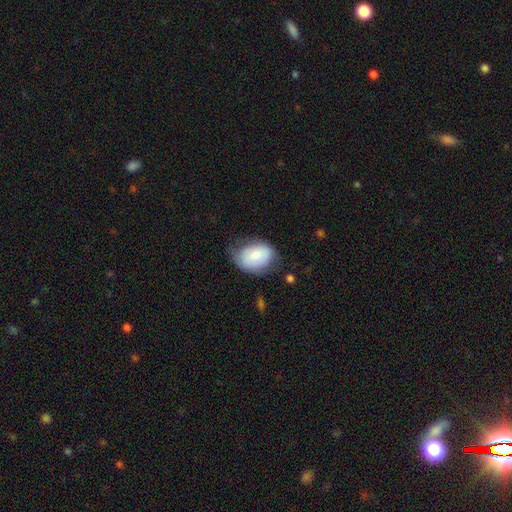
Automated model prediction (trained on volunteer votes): Overall: smooth (76%). How rounded: in between (75%). Merging: none (52%; minor disturbance 34%).